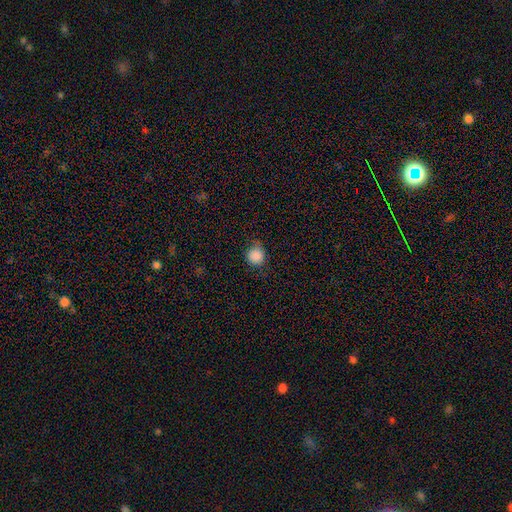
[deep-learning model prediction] Overall: smooth (87%). How rounded: round (91%). Merging: none (77%).